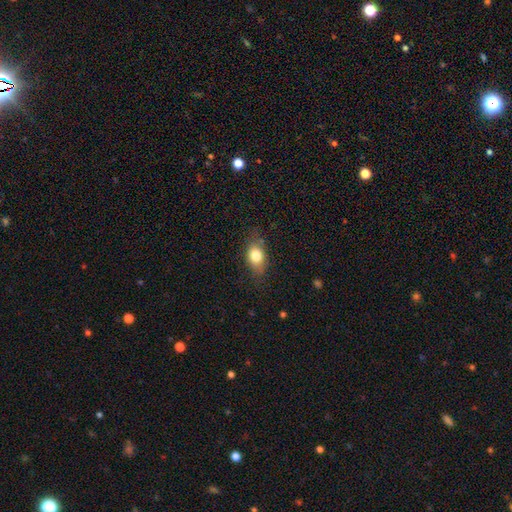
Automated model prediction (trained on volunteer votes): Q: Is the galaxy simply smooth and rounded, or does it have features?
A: smooth — 79%.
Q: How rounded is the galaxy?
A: in between — 73%.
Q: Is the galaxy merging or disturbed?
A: none — 73%.